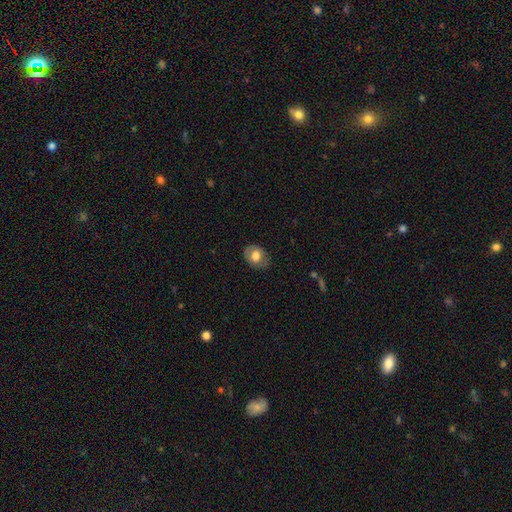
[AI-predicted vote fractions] This is likely a smooth galaxy (68%). How rounded: likely in between (63%). Merging: likely none (79%).